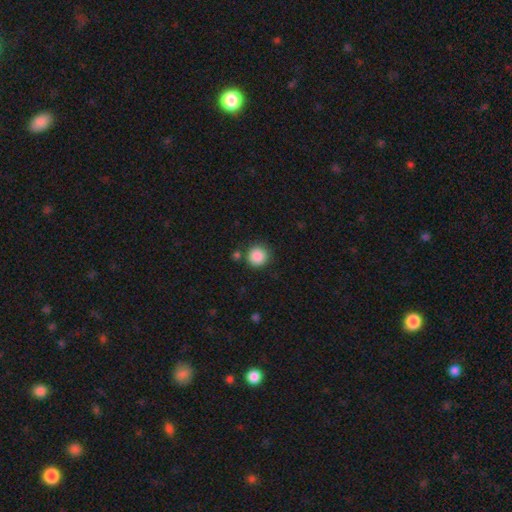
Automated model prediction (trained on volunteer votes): The model was most divided on "merging": none: 83%, minor disturbance: 9%, merger: 5%, major disturbance: 3%. More confident: how rounded — round (94%); smooth or featured — smooth (88%).